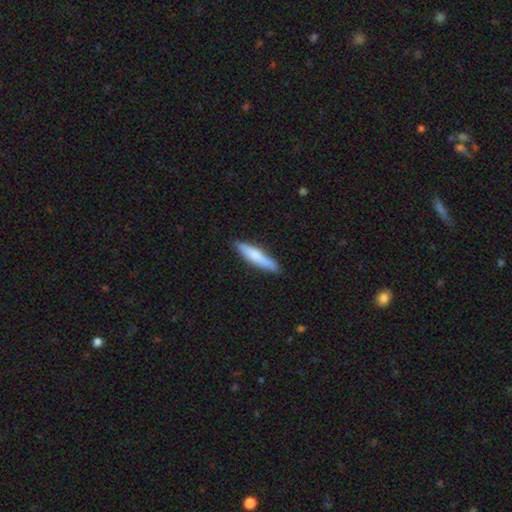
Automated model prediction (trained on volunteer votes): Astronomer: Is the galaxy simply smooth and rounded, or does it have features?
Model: smooth — 71%.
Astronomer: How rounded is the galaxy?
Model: cigar-shaped — 85%.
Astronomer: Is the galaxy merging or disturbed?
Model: none — 85%.